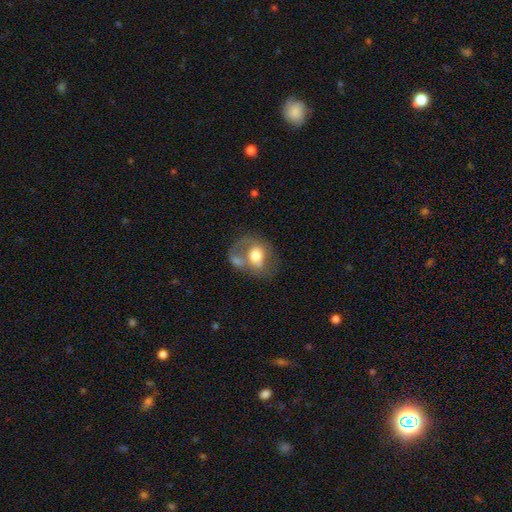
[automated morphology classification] This appears to be a smooth galaxy with no disk features (49%). Merging: merger (32%).